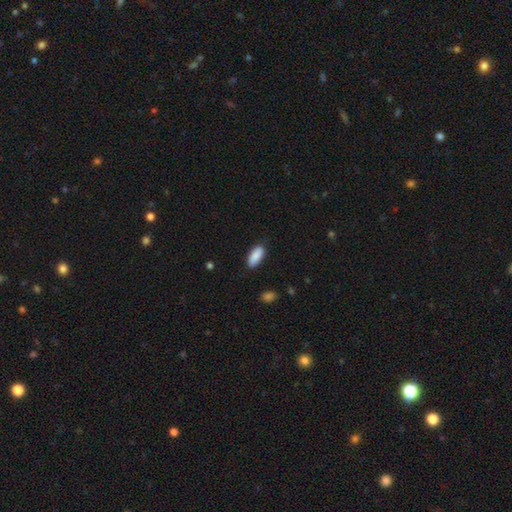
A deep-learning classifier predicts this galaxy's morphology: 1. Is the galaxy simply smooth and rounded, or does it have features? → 89% smooth, 6% star or artifact, 4% featured or disk.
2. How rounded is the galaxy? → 85% in between, 13% cigar-shaped, 2% round.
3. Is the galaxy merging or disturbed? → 85% none, 12% minor disturbance, 2% major disturbance, 1% merger.